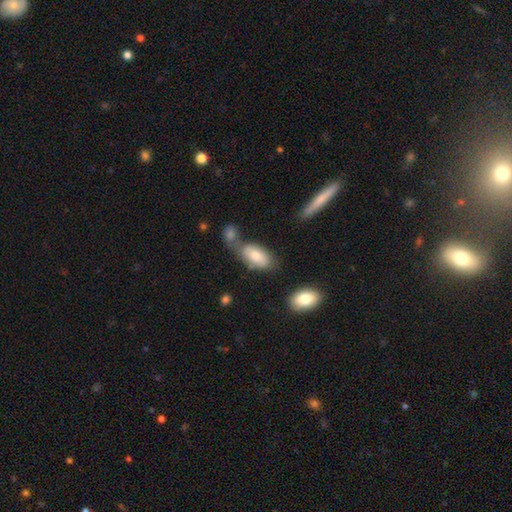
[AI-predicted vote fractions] Smooth or featured? smooth (78%)
How rounded? in between (92%)
Merging? none (44%)